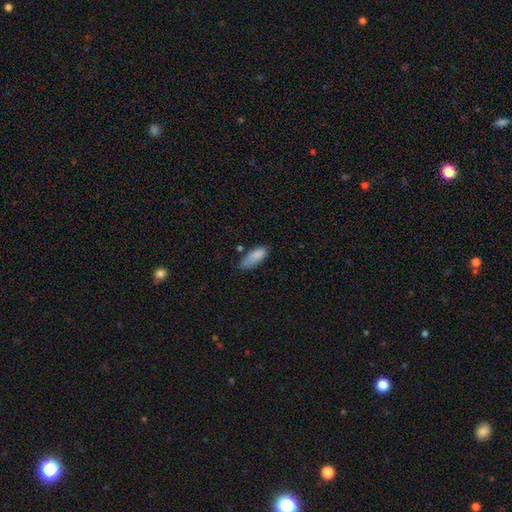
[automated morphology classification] smooth 84%, featured or disk 9%, star or artifact 8%. Down the decision tree: how rounded — in between (76%); merging — none (51%).